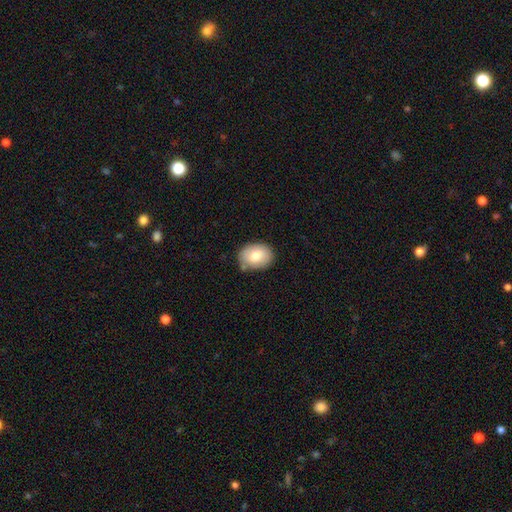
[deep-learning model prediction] This is likely a smooth galaxy (77%). How rounded: likely in between (67%). Merging: likely none (78%).